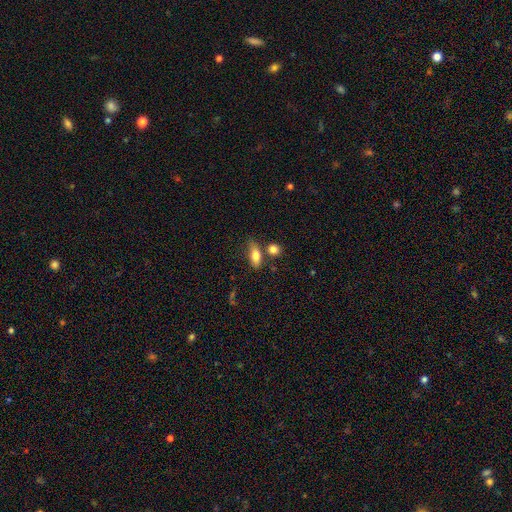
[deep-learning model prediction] smooth_or_featured: smooth (p=0.77) [alt: featured or disk p=0.15]
how_rounded: in between (p=0.75) [alt: cigar-shaped p=0.18]
merging: none (p=0.56) [alt: minor disturbance p=0.20]